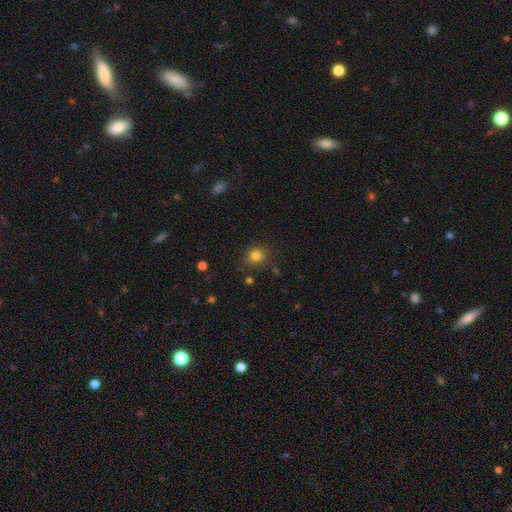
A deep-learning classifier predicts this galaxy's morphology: A smooth galaxy with no disk features (81%) that is round (83%). Merging: none (82%).